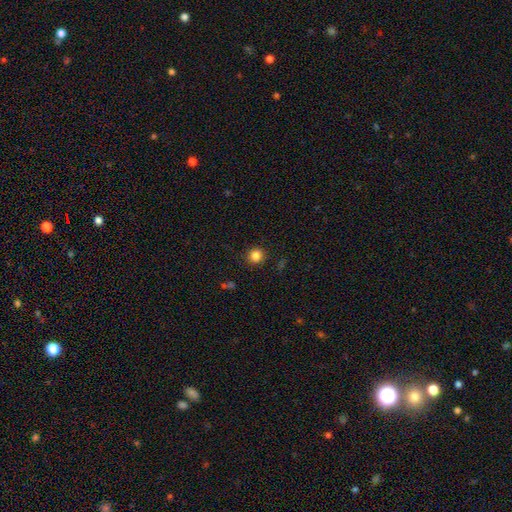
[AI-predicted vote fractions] smooth 85%, star or artifact 11%, featured or disk 4%. Down the decision tree: how rounded — round (92%); merging — none (90%).